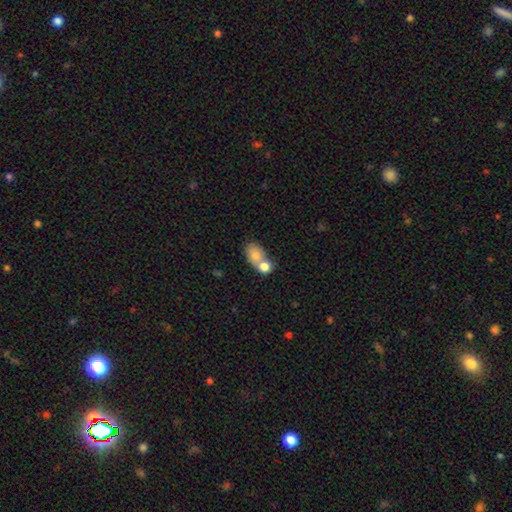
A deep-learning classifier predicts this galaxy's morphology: This appears to be a smooth galaxy with no disk features (78%) that is in between round and cigar-shaped (70%). Merging: merger (58%).